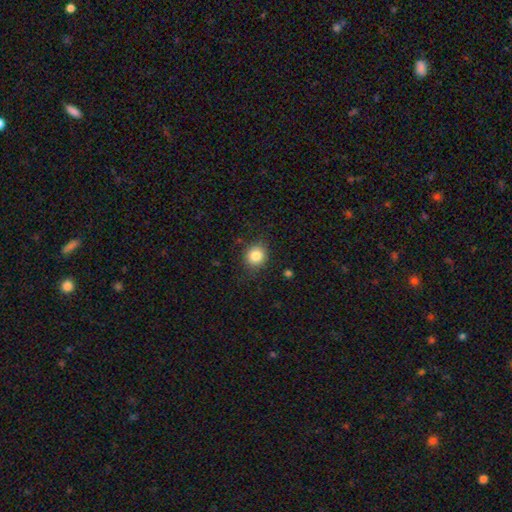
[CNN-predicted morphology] A smooth galaxy with no disk features (84%) that is round (81%). Merging: none (84%).